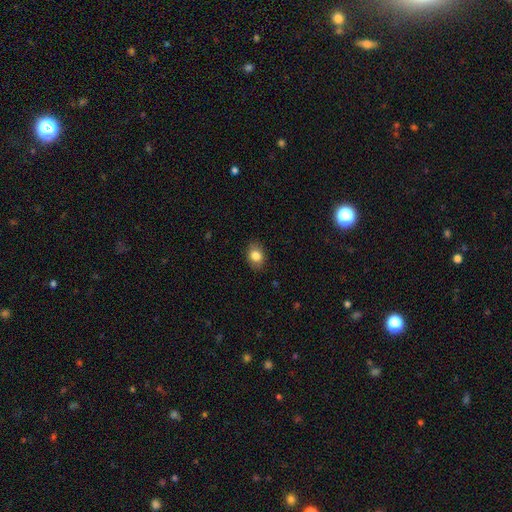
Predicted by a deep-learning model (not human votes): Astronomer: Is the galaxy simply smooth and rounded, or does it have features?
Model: smooth — 83%.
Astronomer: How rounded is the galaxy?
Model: in between — 68%.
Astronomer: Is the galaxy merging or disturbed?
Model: none — 86%.